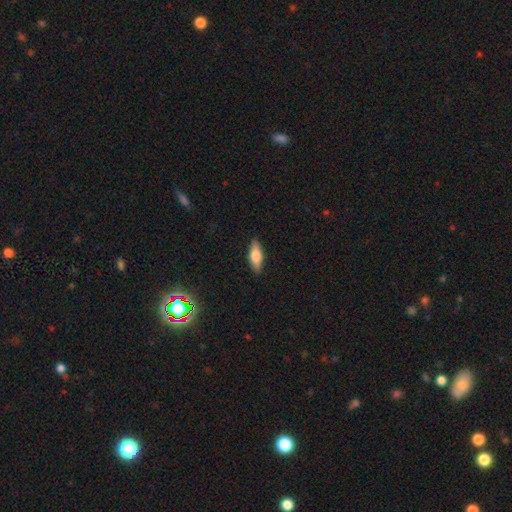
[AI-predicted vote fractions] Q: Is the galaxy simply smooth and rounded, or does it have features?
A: smooth — 70%.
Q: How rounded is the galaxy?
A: in between — 64%.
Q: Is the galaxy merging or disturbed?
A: none — 89%.